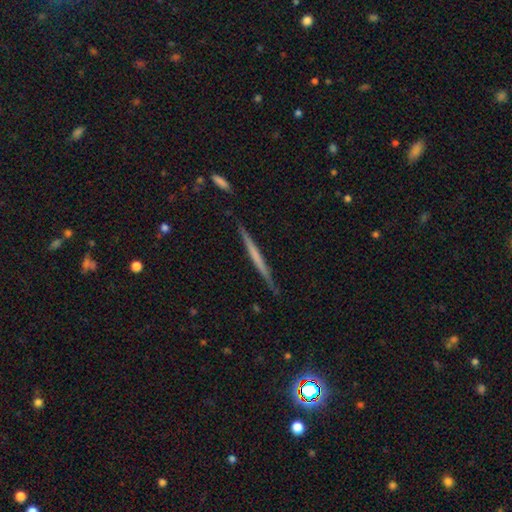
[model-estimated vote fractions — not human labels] Smooth or featured: featured or disk — 56% (smooth — 38%)
Edge-on disk: yes — 97% (no — 3%)
Edge-on bulge: none — 86% (rounded — 8%)
Merging: none — 88% (minor disturbance — 9%)